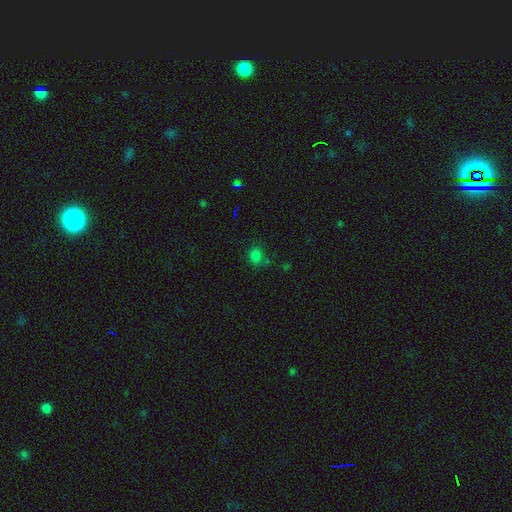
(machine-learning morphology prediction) A smooth galaxy with no disk features (75%) that is round (73%). Merging: none (68%).